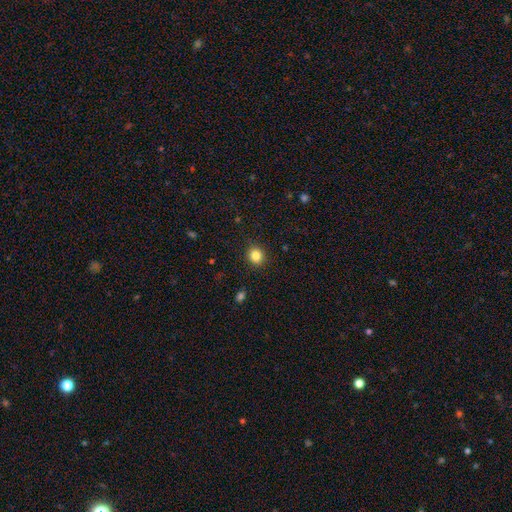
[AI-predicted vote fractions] Smooth or featured? smooth (84%)
How rounded? round (85%)
Merging? none (90%)